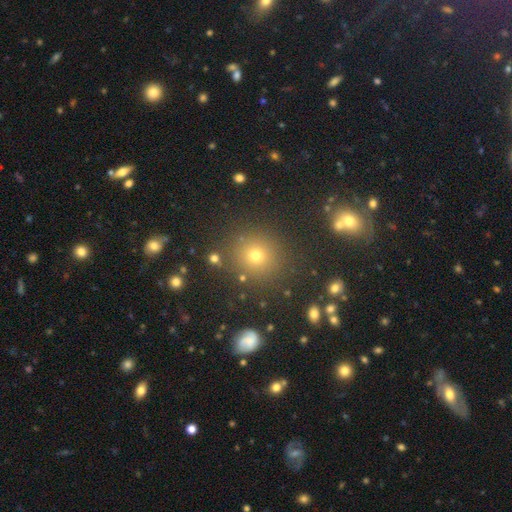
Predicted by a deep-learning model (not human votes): A smooth galaxy with no disk features (57%) that is round (90%). Merging: none (87%).